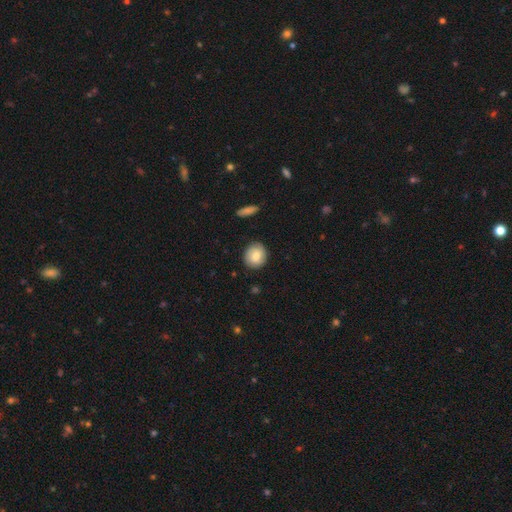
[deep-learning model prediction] Smooth or featured? Predicted: smooth (p=0.71). How rounded? Predicted: round (p=0.83). Merging? Predicted: none (p=0.86).